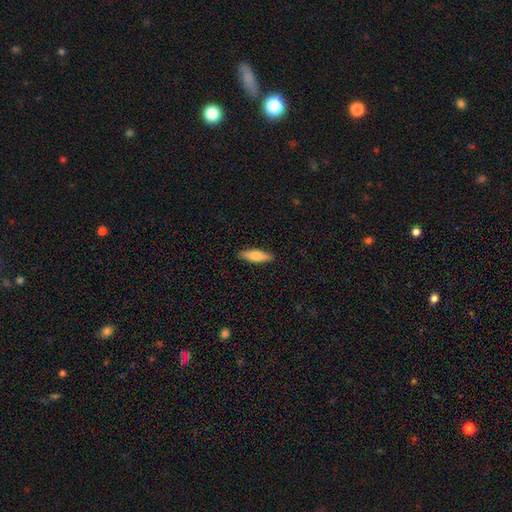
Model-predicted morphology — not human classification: Overall: smooth (71%). How rounded: cigar-shaped (56%; in between 42%). Merging: none (89%).